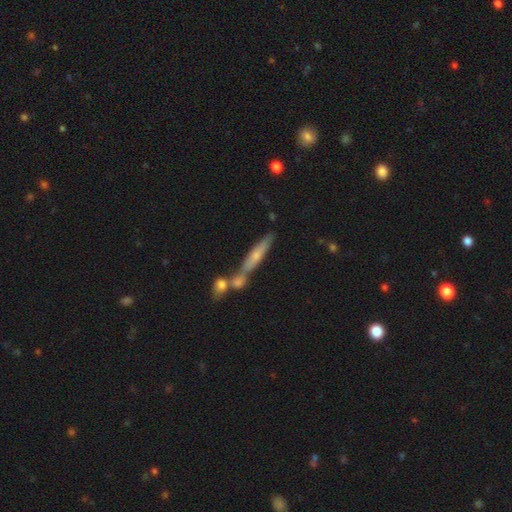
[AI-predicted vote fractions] smooth_or_featured: smooth (p=0.48) [alt: featured or disk p=0.44]
merging: none (p=0.51) [alt: merger p=0.34]